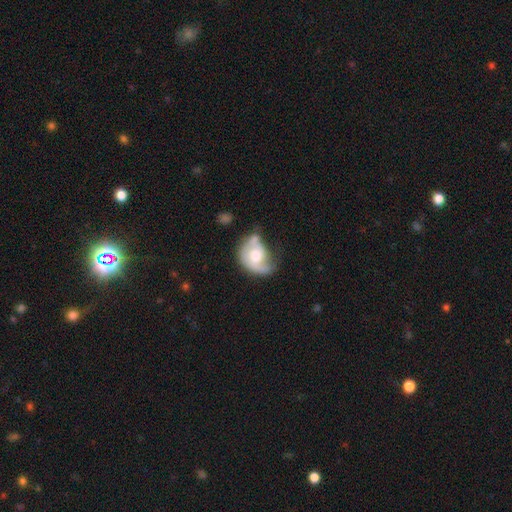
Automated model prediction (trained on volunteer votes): Smooth or featured? Predicted: featured or disk (p=0.58). Edge-on disk? Predicted: no (p=0.97). Bar? Predicted: no (p=0.71). Spiral arms? Predicted: yes (p=0.74). Bulge size? Predicted: moderate (p=0.65). Merging? Predicted: minor disturbance (p=0.30, tied with none).